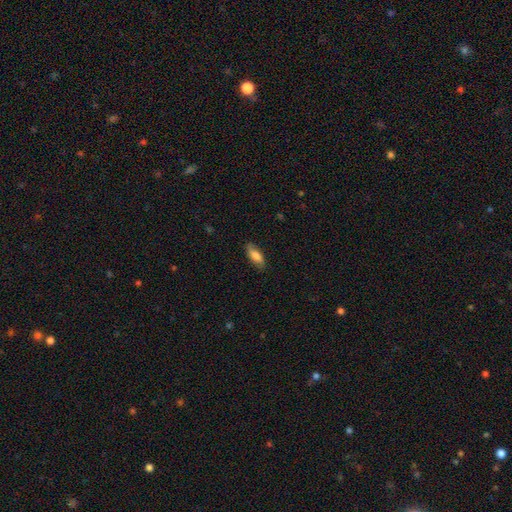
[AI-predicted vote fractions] Smooth or featured? Predicted: smooth (p=0.79). How rounded? Predicted: in between (p=0.81). Merging? Predicted: none (p=0.79).